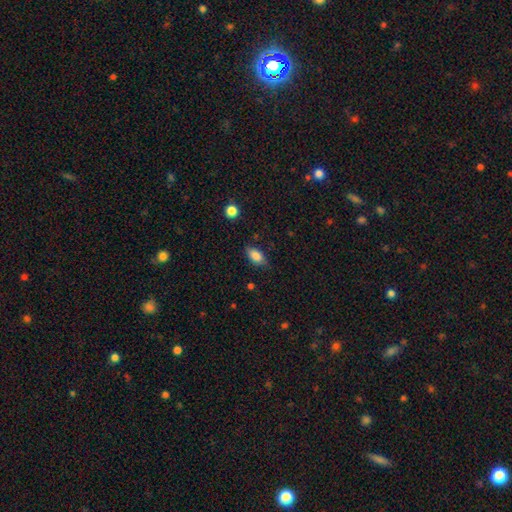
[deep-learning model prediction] The model was most divided on "merging": none: 79%, minor disturbance: 16%, major disturbance: 4%, merger: 1%. More confident: how rounded — in between (89%); smooth or featured — smooth (84%).